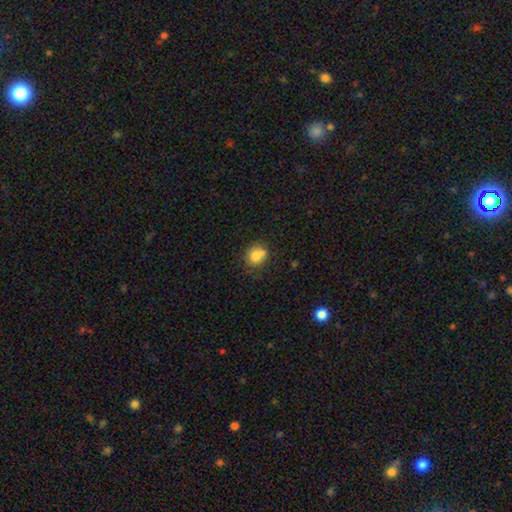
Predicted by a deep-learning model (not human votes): Overall: smooth (77%). How rounded: round (78%). Merging: none (53%; merger 31%).